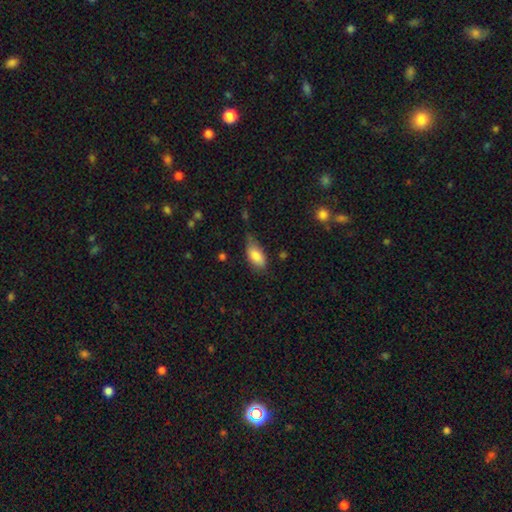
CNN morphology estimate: A smooth galaxy with no disk features (84%) that is in between round and cigar-shaped (90%).

Vote fractions:
- Smooth or featured? smooth: 84% / featured or disk: 9% / star or artifact: 7%
- How rounded? in between: 90% / cigar-shaped: 7% / round: 3%
- Merging? none: 47% / minor disturbance: 40% / major disturbance: 11% / merger: 2%